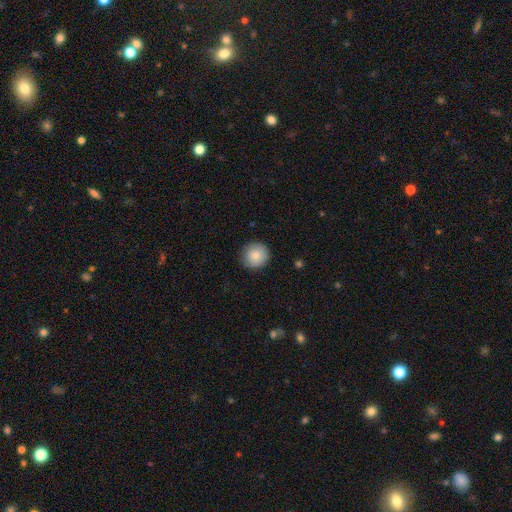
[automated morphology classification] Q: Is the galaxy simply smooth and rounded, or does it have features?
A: smooth — 85%.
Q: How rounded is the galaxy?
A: round — 94%.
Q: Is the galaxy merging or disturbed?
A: none — 89%.